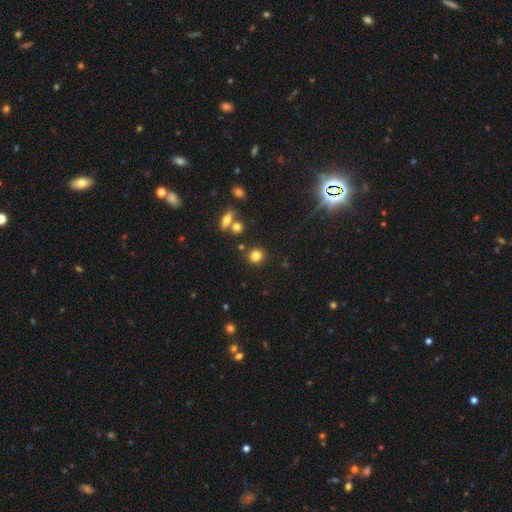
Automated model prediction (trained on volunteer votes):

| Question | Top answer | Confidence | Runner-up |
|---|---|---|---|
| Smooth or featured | smooth | 80% | star or artifact (13%) |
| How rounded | round | 87% | in between (12%) |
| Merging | none | 84% | minor disturbance (7%) |